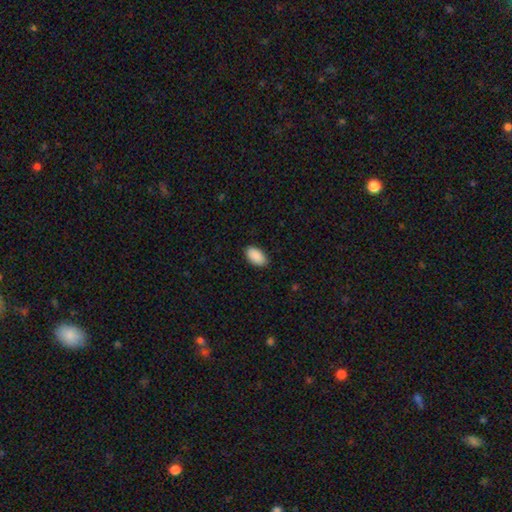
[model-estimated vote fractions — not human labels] Q: Smooth or featured?
A: smooth (91%); runner-up: star or artifact (6%)
Q: How rounded?
A: in between (95%); runner-up: round (3%)
Q: Merging?
A: none (86%); runner-up: minor disturbance (11%)